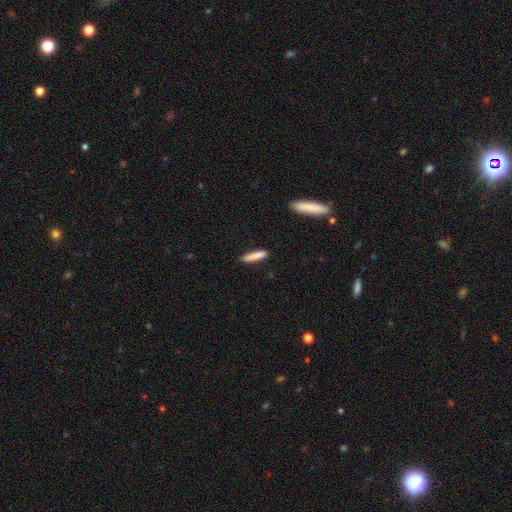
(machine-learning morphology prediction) smooth 86%, featured or disk 8%, star or artifact 6%. Down the decision tree: how rounded — cigar-shaped (82%); merging — none (87%).